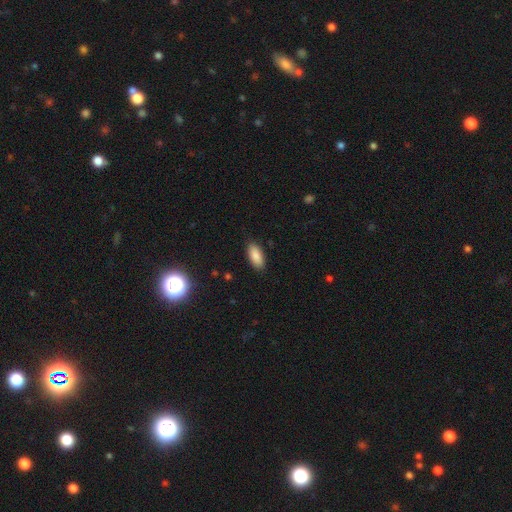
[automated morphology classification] smooth_or_featured: smooth (p=0.87) [alt: star or artifact p=0.07]
how_rounded: in between (p=0.88) [alt: cigar-shaped p=0.11]
merging: none (p=0.88) [alt: minor disturbance p=0.08]